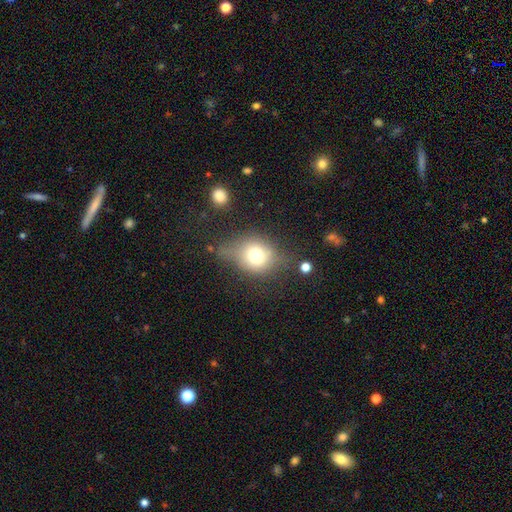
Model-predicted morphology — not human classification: Overall: smooth (65%). How rounded: round (64%; in between 34%). Merging: none (52%; minor disturbance 28%).